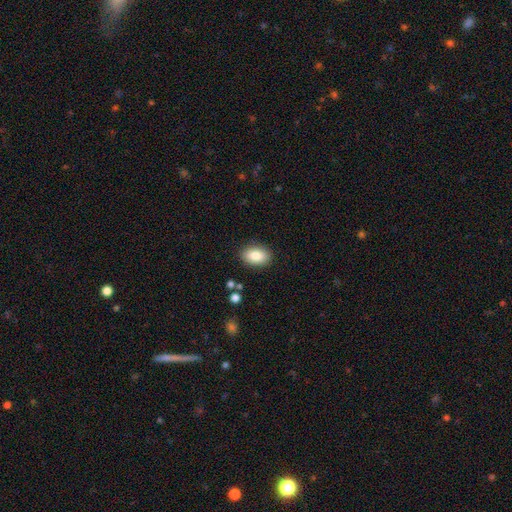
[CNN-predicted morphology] A smooth galaxy with no disk features (84%) that is in between round and cigar-shaped (85%). Merging: none (88%).